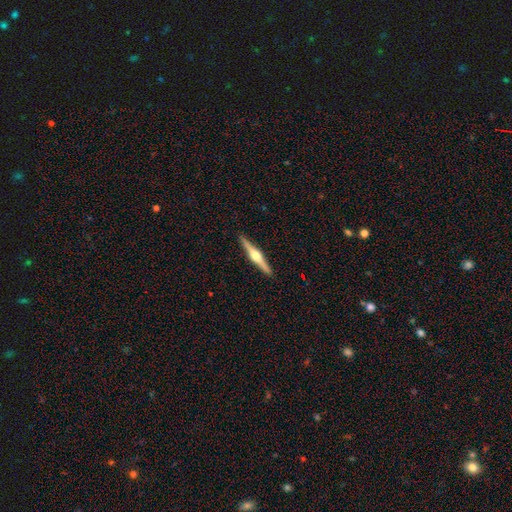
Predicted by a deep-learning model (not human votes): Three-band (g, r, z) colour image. It shows a featured or disk galaxy (77%) viewed edge-on (98%) with a rounded central bulge (94%). Merging: none (92%).